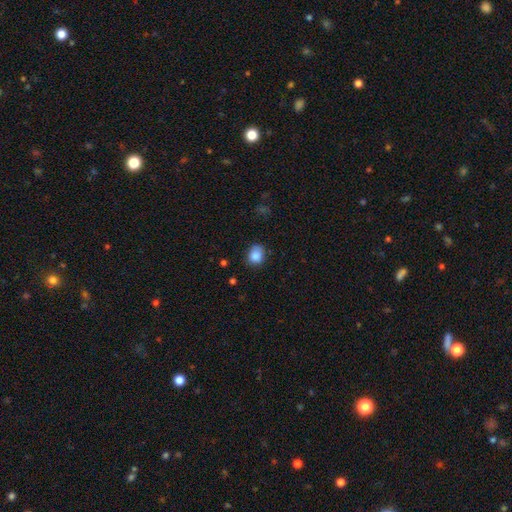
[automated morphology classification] Smooth or featured?
  - smooth: 85% *
  - star or artifact: 9%
  - featured or disk: 5%
How rounded?
  - round: 62% *
  - in between: 37%
  - cigar-shaped: 1%
Merging?
  - none: 70% *
  - minor disturbance: 24%
  - major disturbance: 5%
  - merger: 2%